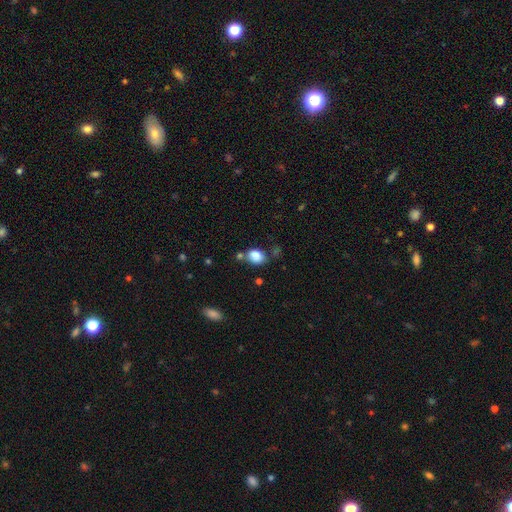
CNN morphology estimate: Smooth or featured?
  - smooth: 84% *
  - star or artifact: 9%
  - featured or disk: 7%
How rounded?
  - in between: 66% *
  - round: 32%
  - cigar-shaped: 1%
Merging?
  - none: 62% *
  - minor disturbance: 17%
  - merger: 16%
  - major disturbance: 5%